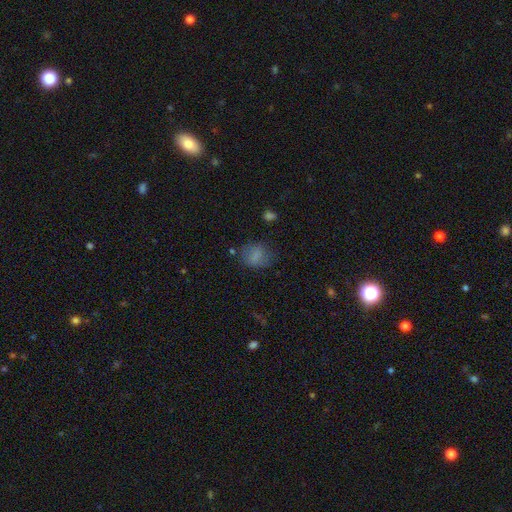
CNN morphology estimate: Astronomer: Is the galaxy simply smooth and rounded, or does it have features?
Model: smooth — 77%.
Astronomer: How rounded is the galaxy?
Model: round — 53% (runner-up: in between, 46%).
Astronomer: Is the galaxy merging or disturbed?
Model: none — 67%.